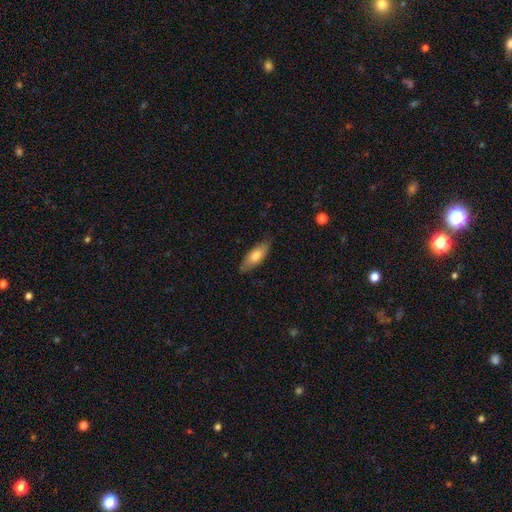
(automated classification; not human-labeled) A smooth galaxy with no disk features (75%) that is in between round and cigar-shaped (72%).

Vote fractions:
- Smooth or featured? smooth: 75% / featured or disk: 19% / star or artifact: 6%
- How rounded? in between: 72% / cigar-shaped: 26% / round: 2%
- Merging? none: 81% / minor disturbance: 15% / major disturbance: 3% / merger: 1%